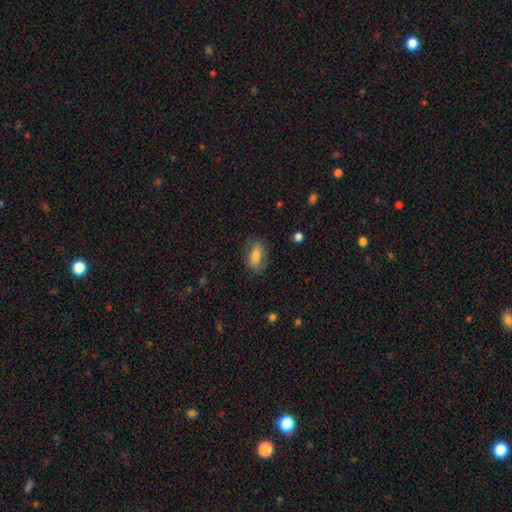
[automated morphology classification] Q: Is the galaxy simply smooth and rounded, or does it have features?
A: smooth — 71%.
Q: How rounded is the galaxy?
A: in between — 81%.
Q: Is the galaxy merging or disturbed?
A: none — 78%.